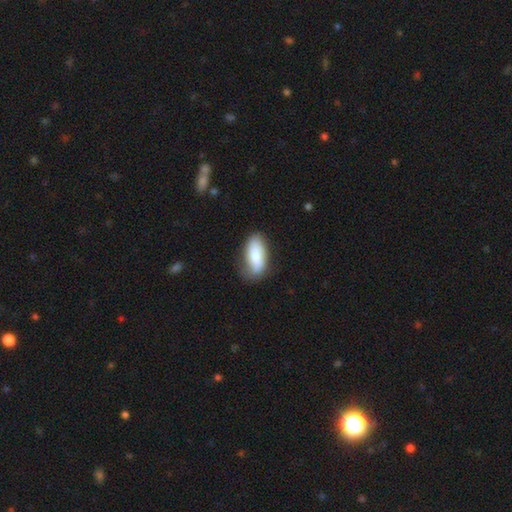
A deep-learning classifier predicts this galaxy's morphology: type=smooth (78%); roundness=in between (86%); merging=none (71%).